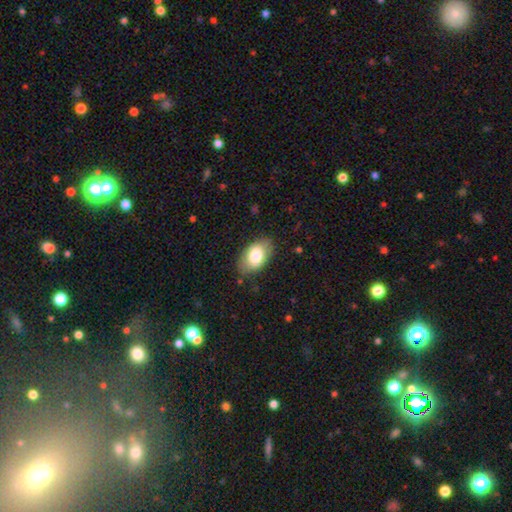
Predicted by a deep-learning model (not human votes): Smooth or featured? smooth (78%)
How rounded? in between (92%)
Merging? none (81%)